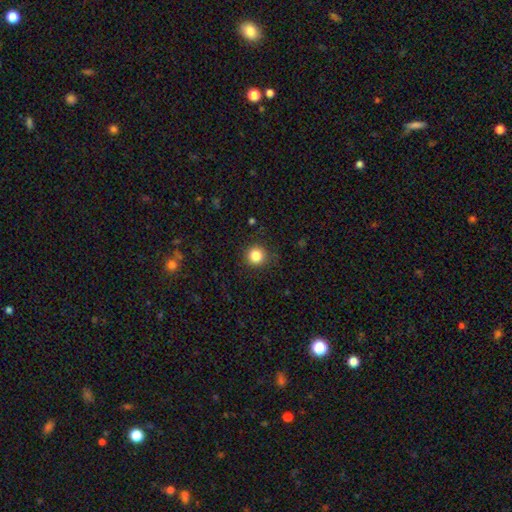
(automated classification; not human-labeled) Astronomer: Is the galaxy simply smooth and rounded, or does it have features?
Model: smooth — 84%.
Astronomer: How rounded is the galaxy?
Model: round — 95%.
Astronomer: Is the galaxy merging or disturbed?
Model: none — 88%.